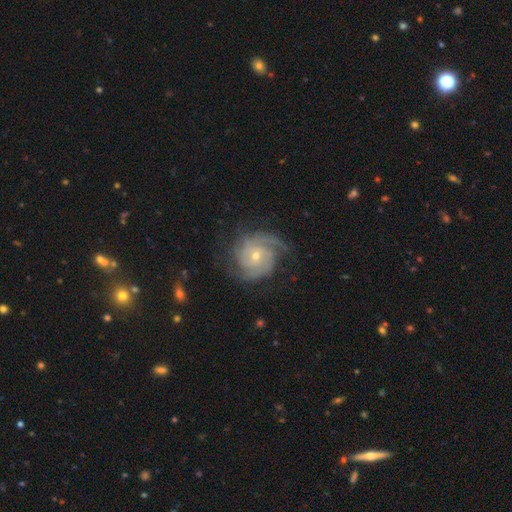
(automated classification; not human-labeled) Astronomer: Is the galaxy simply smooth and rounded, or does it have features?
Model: featured or disk — 87%.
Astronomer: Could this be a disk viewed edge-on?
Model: no — 98%.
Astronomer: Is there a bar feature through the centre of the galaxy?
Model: no — 72%.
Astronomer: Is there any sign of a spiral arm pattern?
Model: yes — 97%.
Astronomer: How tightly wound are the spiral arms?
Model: tight — 61%.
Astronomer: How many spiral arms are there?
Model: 2 — 38% (runner-up: 3, 26%).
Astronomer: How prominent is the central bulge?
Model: small — 64%.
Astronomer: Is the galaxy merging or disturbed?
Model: none — 72%.